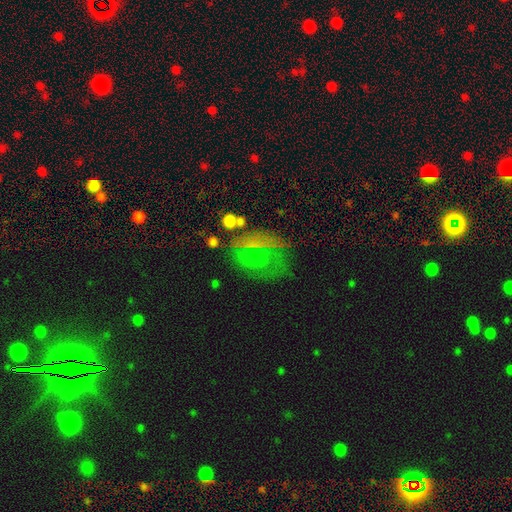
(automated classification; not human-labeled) This appears to be a featured or disk galaxy (37%). Merging: none (45%).